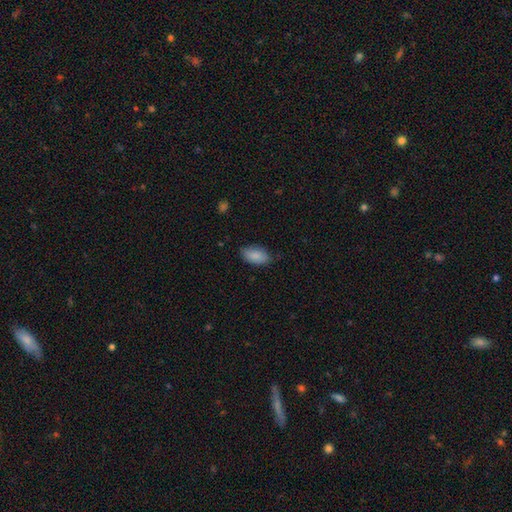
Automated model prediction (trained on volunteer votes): Q: Smooth or featured?
A: smooth (88%); runner-up: star or artifact (6%)
Q: How rounded?
A: in between (93%); runner-up: round (3%)
Q: Merging?
A: none (77%); runner-up: minor disturbance (19%)